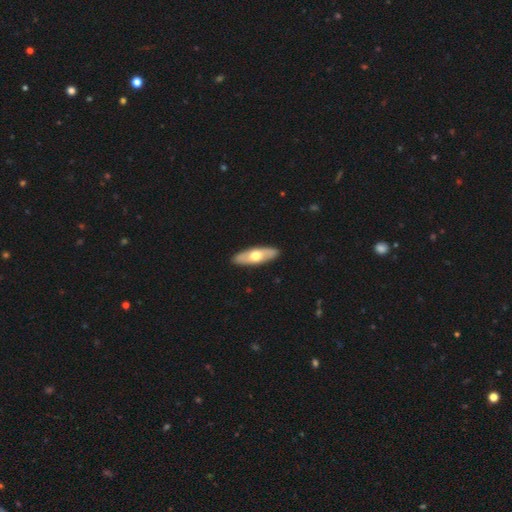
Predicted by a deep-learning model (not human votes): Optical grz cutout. It shows a smooth galaxy with no disk features (53%) that is in between round and cigar-shaped (60%). Merging: none (91%).